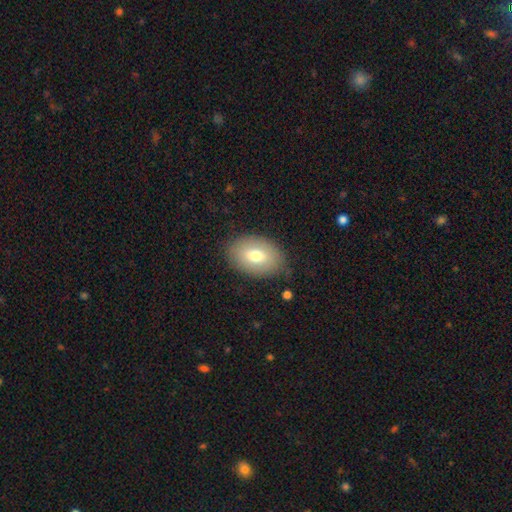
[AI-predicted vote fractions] Q: Smooth or featured?
A: smooth (72%); runner-up: featured or disk (20%)
Q: How rounded?
A: in between (86%); runner-up: round (13%)
Q: Merging?
A: none (82%); runner-up: minor disturbance (13%)